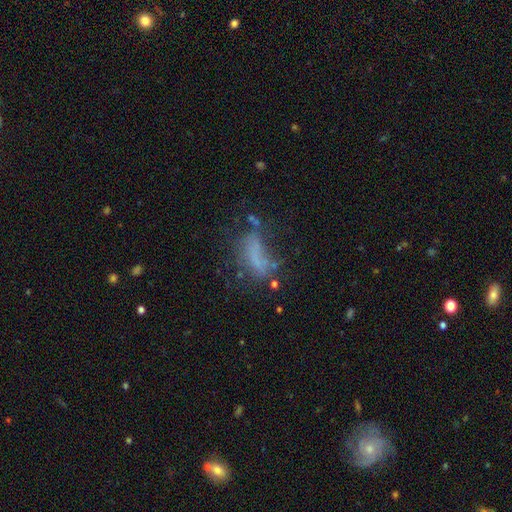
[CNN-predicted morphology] smooth_or_featured: smooth (p=0.43) [alt: featured or disk p=0.36]
merging: major disturbance (p=0.35) [alt: none p=0.34]